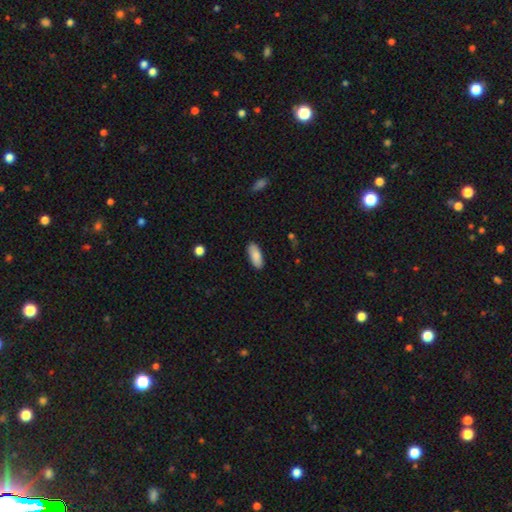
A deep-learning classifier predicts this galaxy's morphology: Smooth or featured? smooth (87%)
How rounded? in between (82%)
Merging? none (88%)